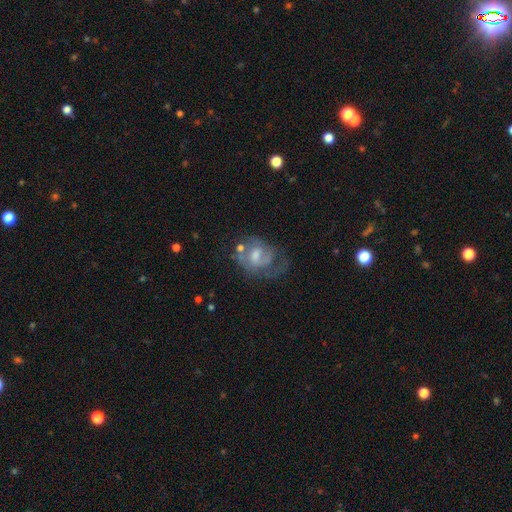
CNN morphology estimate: Smooth or featured: featured or disk — 66% (smooth — 25%)
Edge-on disk: no — 97% (yes — 3%)
Bar: no — 48% (weak — 44%)
Spiral arms: yes — 70% (no — 30%)
Bulge size: moderate — 53% (small — 28%)
Merging: none — 36% (major disturbance — 33%)